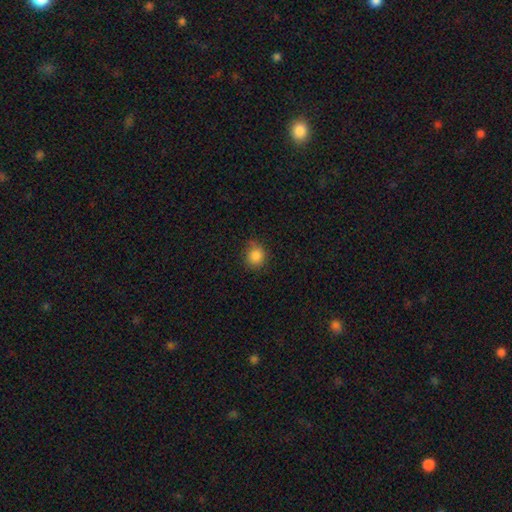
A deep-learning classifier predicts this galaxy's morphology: smooth-or-featured: smooth: 86% | star or artifact: 10% | featured or disk: 5%
  how-rounded: round: 81% | in between: 18% | cigar-shaped: 1%
  merging: none: 73% | minor disturbance: 21% | major disturbance: 5% | merger: 1%